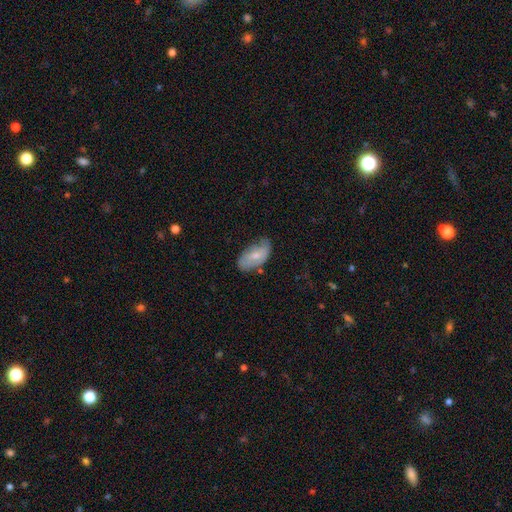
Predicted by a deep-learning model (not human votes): A smooth galaxy with no disk features (53%) that is in between round and cigar-shaped (93%).

Vote fractions:
- Smooth or featured? smooth: 53% / featured or disk: 40% / star or artifact: 6%
- How rounded? in between: 93% / round: 4% / cigar-shaped: 3%
- Merging? none: 55% / minor disturbance: 34% / major disturbance: 8% / merger: 2%